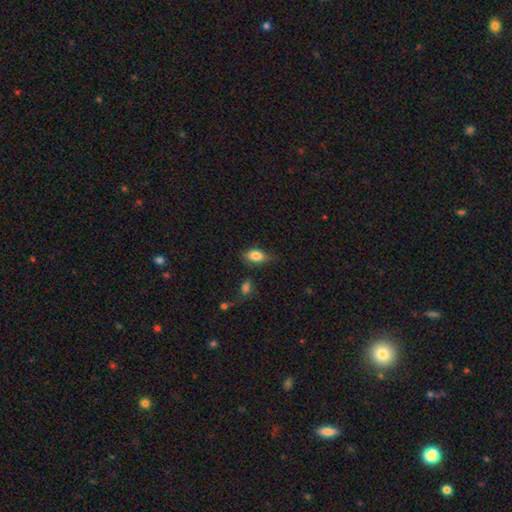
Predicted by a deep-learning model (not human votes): This appears to be a smooth galaxy with no disk features (82%) that is in between round and cigar-shaped (86%). Merging: none (61%).